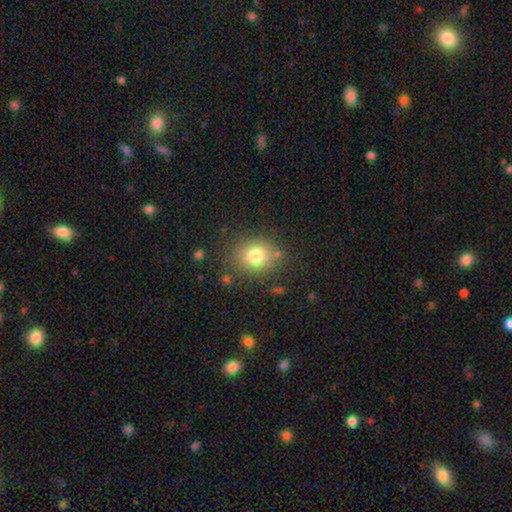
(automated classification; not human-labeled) Overall: smooth (78%). How rounded: round (66%; in between 33%). Merging: none (79%).